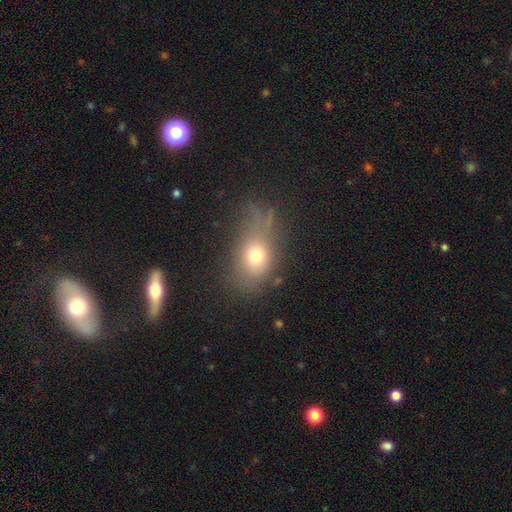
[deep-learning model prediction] smooth-or-featured: smooth: 68% | featured or disk: 16% | star or artifact: 16%
  how-rounded: in between: 64% | round: 34% | cigar-shaped: 2%
  merging: none: 55% | minor disturbance: 21% | major disturbance: 18% | merger: 6%